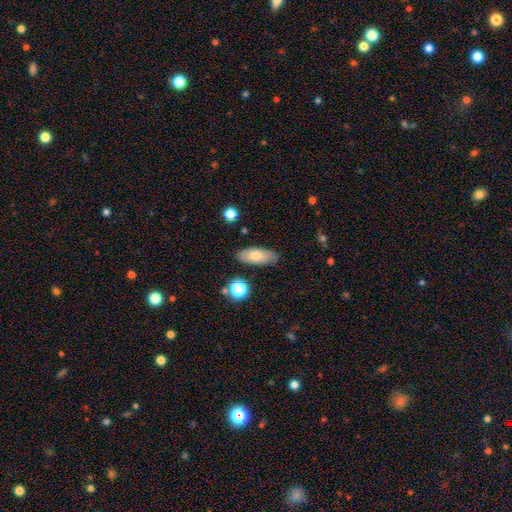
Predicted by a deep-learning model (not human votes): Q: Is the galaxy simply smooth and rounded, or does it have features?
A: smooth — 73%.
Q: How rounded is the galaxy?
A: in between — 81%.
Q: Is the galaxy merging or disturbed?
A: none — 84%.